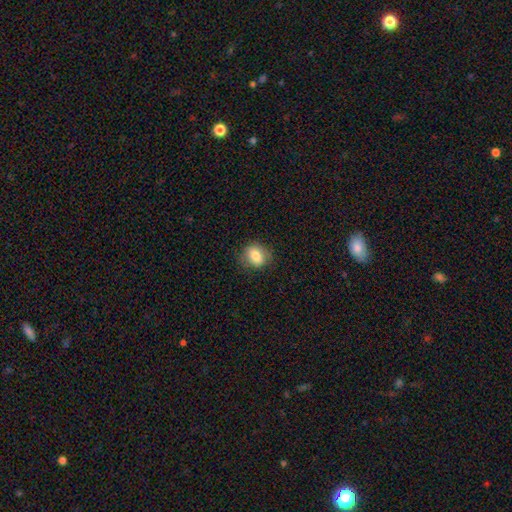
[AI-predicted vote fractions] The model was most divided on "how rounded": round: 56%, in between: 43%, cigar-shaped: 1%. More confident: merging — none (81%); smooth or featured — smooth (77%).